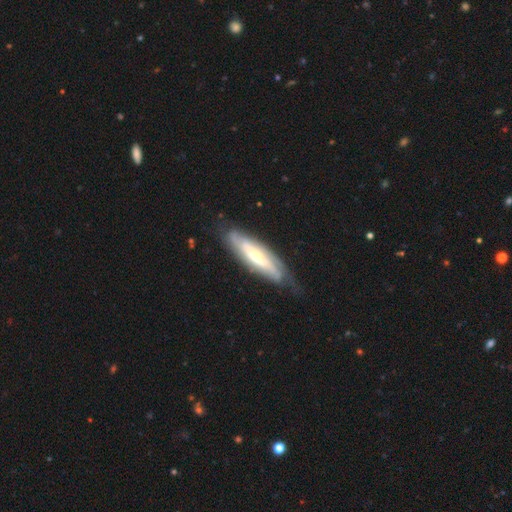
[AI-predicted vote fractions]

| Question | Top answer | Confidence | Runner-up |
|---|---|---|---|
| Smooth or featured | featured or disk | 74% | smooth (21%) |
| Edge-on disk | no | 68% | yes (32%) |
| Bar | no | 53% | weak (30%) |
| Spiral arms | yes | 87% | no (13%) |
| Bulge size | moderate | 47% | small (46%) |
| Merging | none | 71% | minor disturbance (22%) |